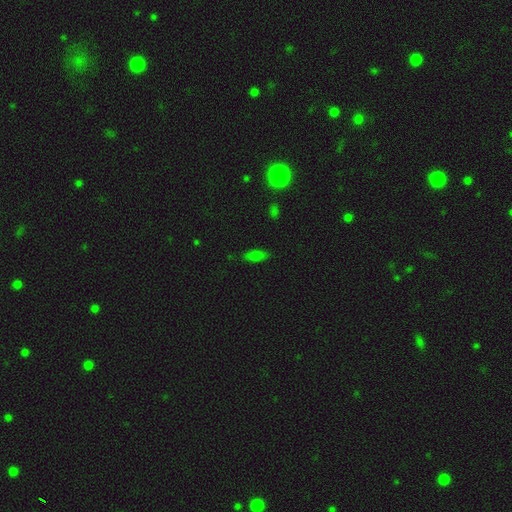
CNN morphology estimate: type=smooth (72%); roundness=in between (79%); merging=none (83%).